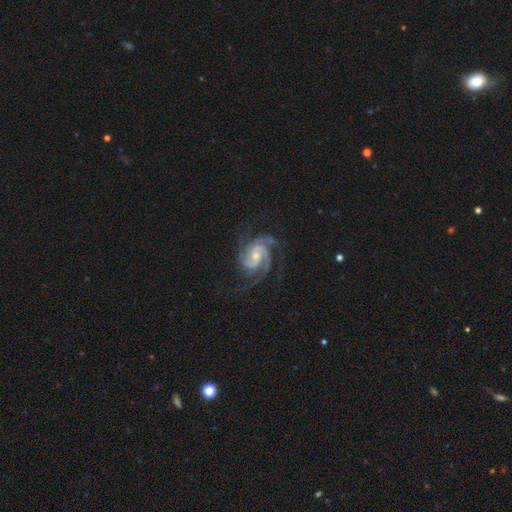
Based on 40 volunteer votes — smooth-or-featured: featured or disk: 95% | smooth: 2% | star or artifact: 2%
  disk-edge-on: no: 100% | yes: 0%
    bar: no: 71% | weak: 26% | strong: 3%
    has-spiral-arms: yes: 100% | no: 0%
      spiral-winding: tight: 68% | medium: 21% | loose: 11%
      spiral-arm-count: 3: 76% | 4: 18% | 2: 3% | can't tell: 3% | 1: 0% | more than 4: 0%
    bulge-size: moderate: 61% | small: 29% | large: 8% | none: 3% | dominant: 0%
  merging: none: 67% | minor disturbance: 15% | major disturbance: 15% | merger: 3%